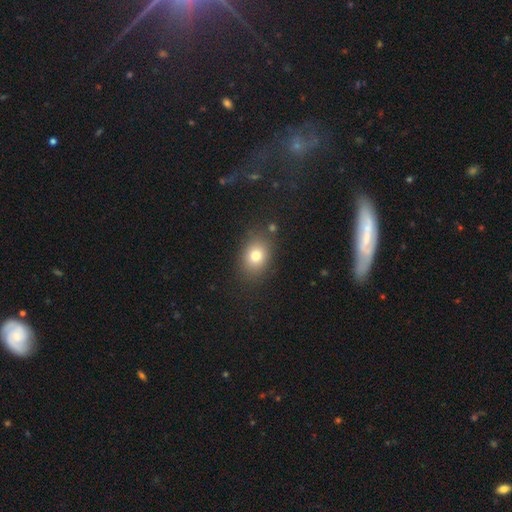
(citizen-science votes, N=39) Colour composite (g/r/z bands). It shows a smooth galaxy with no disk features (87%) that is in between round and cigar-shaped (62%). Merging: none (89%).